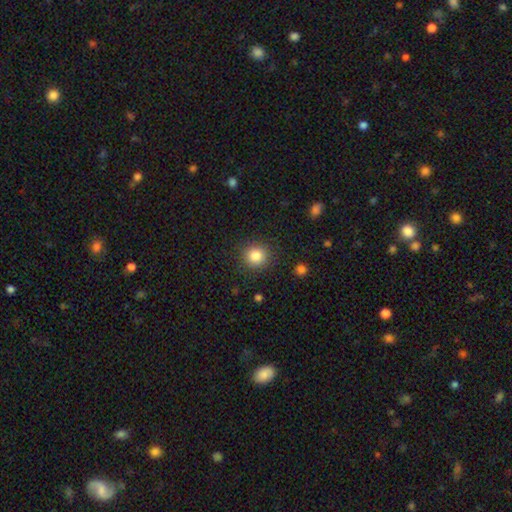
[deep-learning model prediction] Q: Smooth or featured?
A: smooth (84%); runner-up: star or artifact (11%)
Q: How rounded?
A: round (91%); runner-up: in between (8%)
Q: Merging?
A: none (89%); runner-up: minor disturbance (7%)